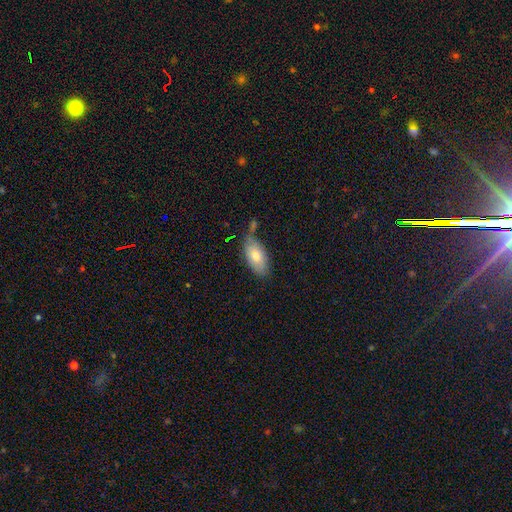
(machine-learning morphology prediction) A smooth galaxy with no disk features (74%) that is in between round and cigar-shaped (92%). Merging: none (62%).